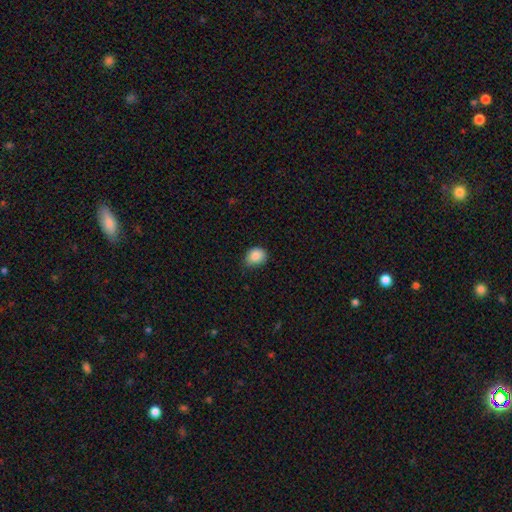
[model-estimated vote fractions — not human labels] smooth_or_featured: smooth (p=0.87) [alt: star or artifact p=0.09]
how_rounded: round (p=0.54) [alt: in between p=0.46]
merging: none (p=0.66) [alt: minor disturbance p=0.29]